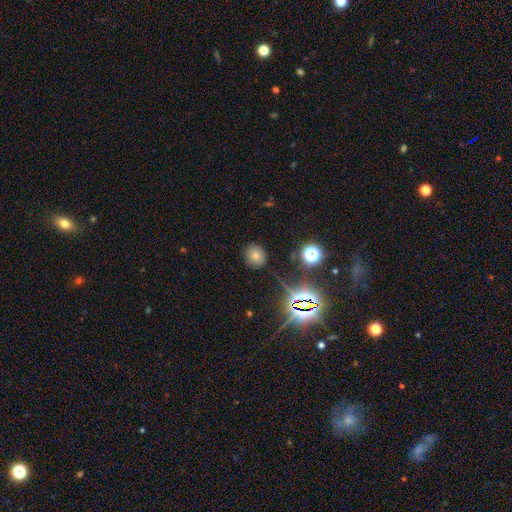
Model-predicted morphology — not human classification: Smooth or featured?
  - smooth: 68% *
  - star or artifact: 22%
  - featured or disk: 10%
How rounded?
  - round: 84% *
  - in between: 15%
  - cigar-shaped: 1%
Merging?
  - none: 85% *
  - minor disturbance: 9%
  - major disturbance: 3%
  - merger: 2%